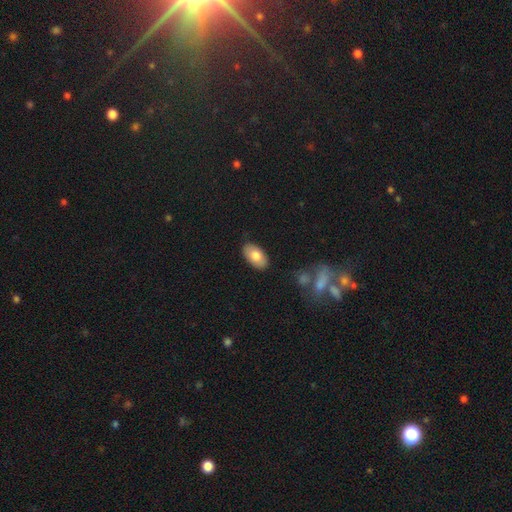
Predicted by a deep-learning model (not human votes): Morphology: type=smooth (77%); roundness=in between (94%); merging=none (87%).